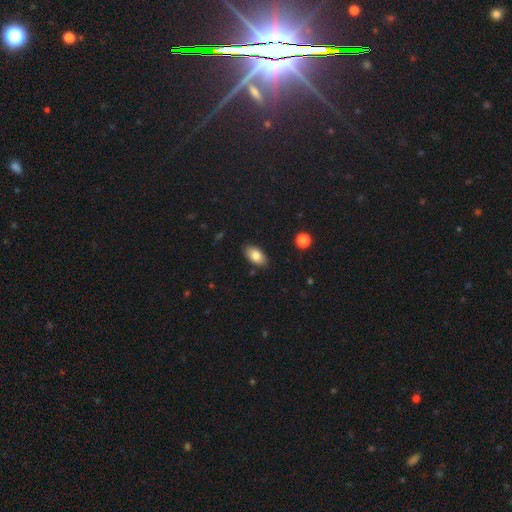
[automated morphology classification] Smooth or featured?
  - smooth: 81% *
  - featured or disk: 12%
  - star or artifact: 8%
How rounded?
  - in between: 93% *
  - round: 4%
  - cigar-shaped: 3%
Merging?
  - none: 87% *
  - minor disturbance: 10%
  - major disturbance: 2%
  - merger: 1%